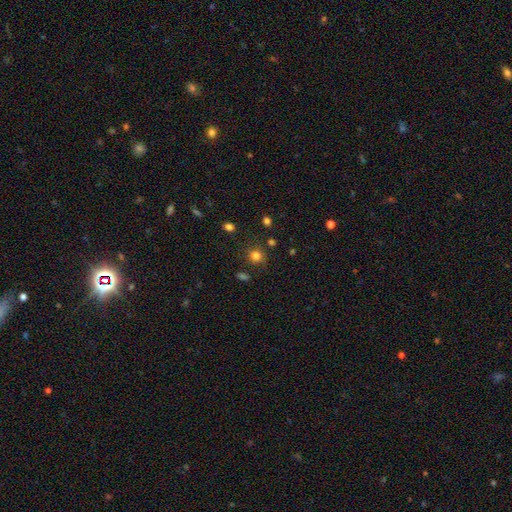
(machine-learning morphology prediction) The model was most divided on "smooth or featured": smooth: 79%, star or artifact: 15%, featured or disk: 6%. More confident: how rounded — round (82%); merging — none (79%).